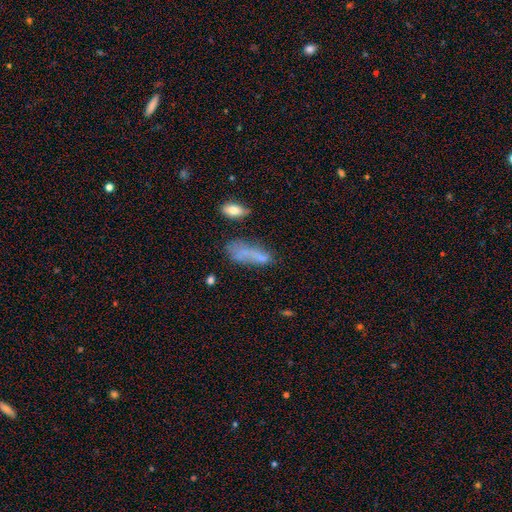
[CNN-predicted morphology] smooth_or_featured: smooth (p=0.60) [alt: featured or disk p=0.26]
how_rounded: in between (p=0.65) [alt: cigar-shaped p=0.30]
merging: none (p=0.35) [alt: minor disturbance p=0.23]